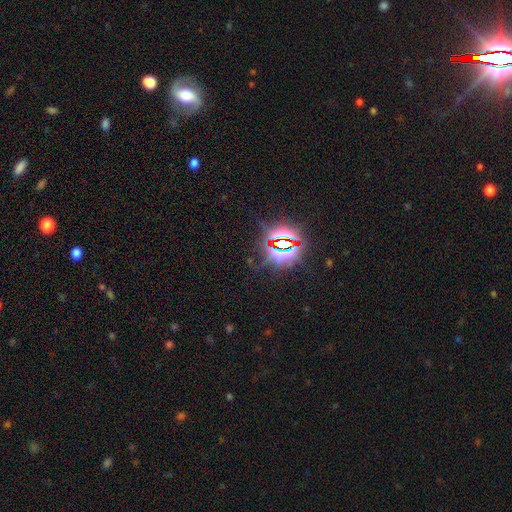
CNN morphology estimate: smooth_or_featured: star or artifact (p=0.82) [alt: smooth p=0.11]